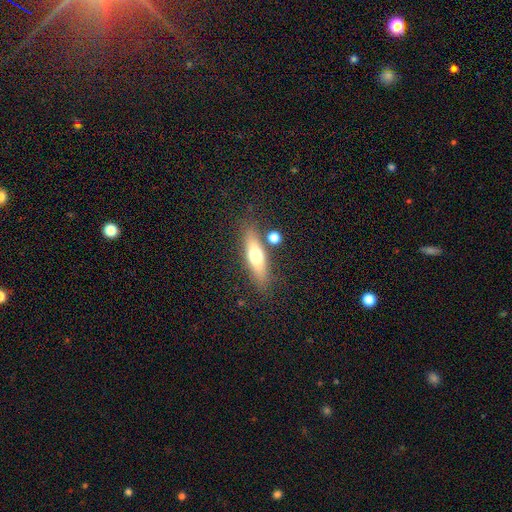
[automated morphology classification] Smooth or featured: smooth — 56% (featured or disk — 37%)
How rounded: cigar-shaped — 63% (in between — 34%)
Merging: none — 76% (minor disturbance — 12%)